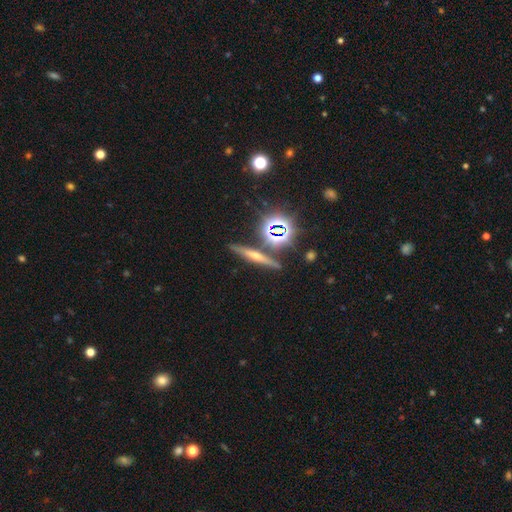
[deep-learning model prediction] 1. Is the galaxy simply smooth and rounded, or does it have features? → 47% featured or disk, 27% smooth, 26% star or artifact.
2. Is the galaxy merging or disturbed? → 84% none, 8% minor disturbance, 6% merger, 2% major disturbance.